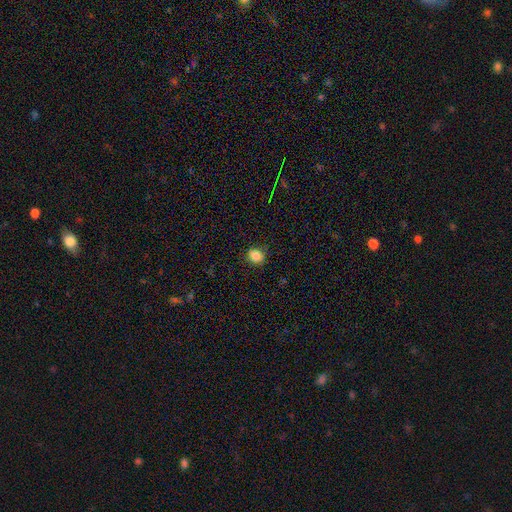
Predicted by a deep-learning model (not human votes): A smooth galaxy with no disk features (85%) that is round (78%).

Vote fractions:
- Smooth or featured? smooth: 85% / star or artifact: 11% / featured or disk: 4%
- How rounded? round: 78% / in between: 21% / cigar-shaped: 1%
- Merging? none: 87% / minor disturbance: 10% / major disturbance: 2% / merger: 1%